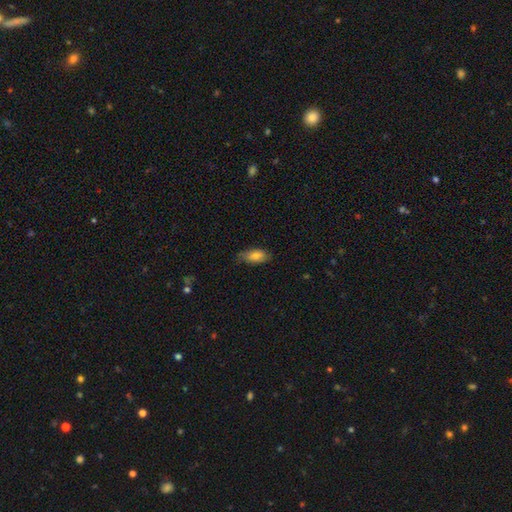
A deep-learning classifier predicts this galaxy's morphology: A smooth galaxy with no disk features (77%) that is in between round and cigar-shaped (87%).

Vote fractions:
- Smooth or featured? smooth: 77% / featured or disk: 15% / star or artifact: 7%
- How rounded? in between: 87% / cigar-shaped: 10% / round: 3%
- Merging? none: 70% / minor disturbance: 25% / major disturbance: 4% / merger: 1%